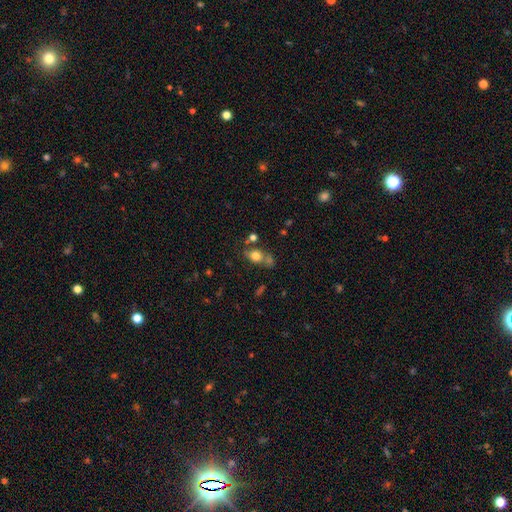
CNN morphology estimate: Overall: smooth (74%). How rounded: in between (55%; round 42%). Merging: none (48%; merger 28%).